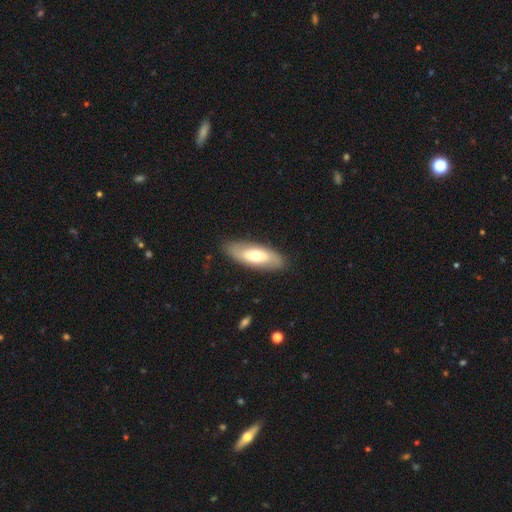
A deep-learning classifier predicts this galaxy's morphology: A smooth galaxy with no disk features (52%) that is in between round and cigar-shaped (74%). Merging: none (84%).